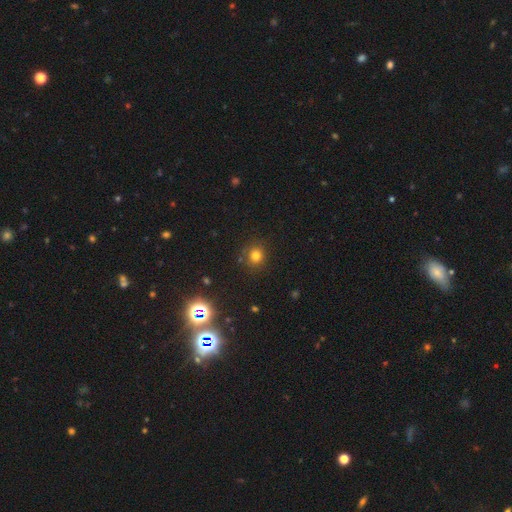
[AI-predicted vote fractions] This appears to be a smooth galaxy with no disk features (75%) that is round (87%). Merging: none (85%).